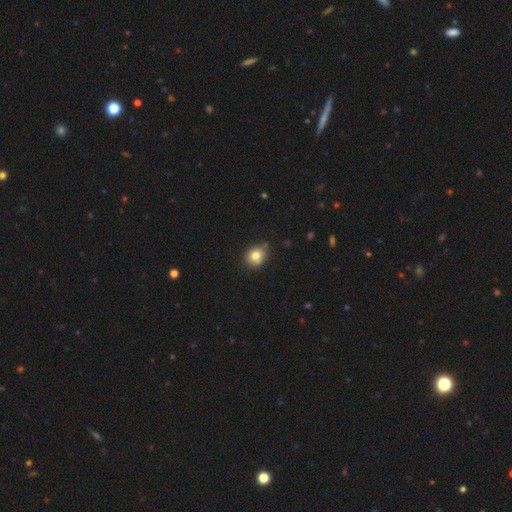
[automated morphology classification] The model was most divided on "how rounded": round: 71%, in between: 28%, cigar-shaped: 1%. More confident: smooth or featured — smooth (81%); merging — none (79%).